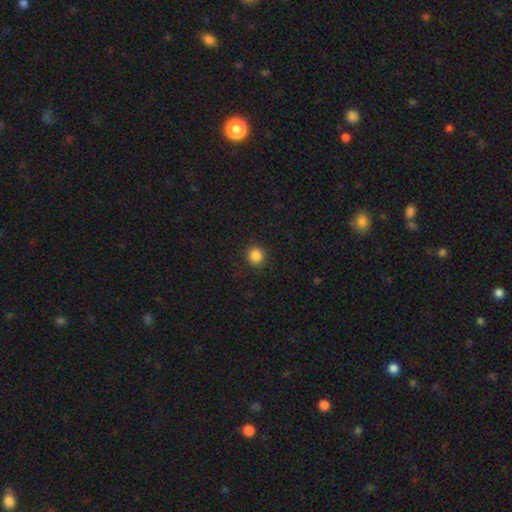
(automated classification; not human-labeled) Smooth or featured: smooth — 86% (star or artifact — 11%)
How rounded: round — 90% (in between — 9%)
Merging: none — 91% (minor disturbance — 6%)